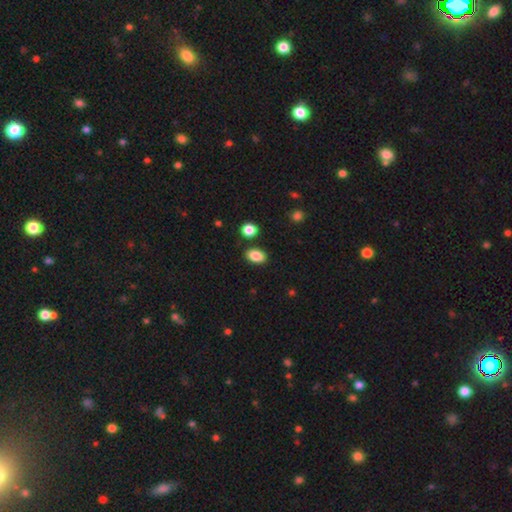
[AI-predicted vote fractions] smooth 87%, star or artifact 8%, featured or disk 5%. Down the decision tree: how rounded — in between (87%); merging — none (84%).